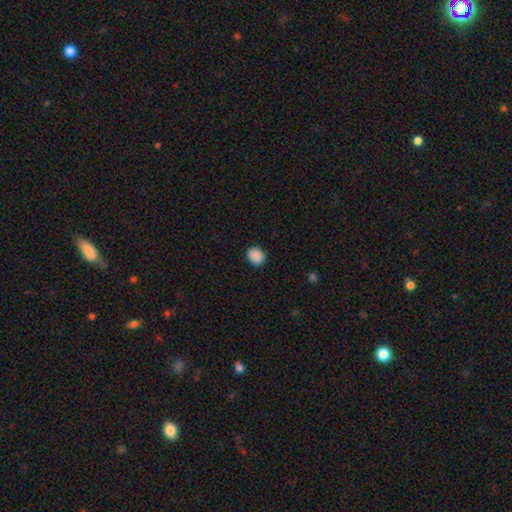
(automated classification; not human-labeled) Smooth or featured?
  - smooth: 89% *
  - star or artifact: 9%
  - featured or disk: 2%
How rounded?
  - round: 57% *
  - in between: 43%
  - cigar-shaped: 1%
Merging?
  - none: 87% *
  - minor disturbance: 9%
  - major disturbance: 2%
  - merger: 1%